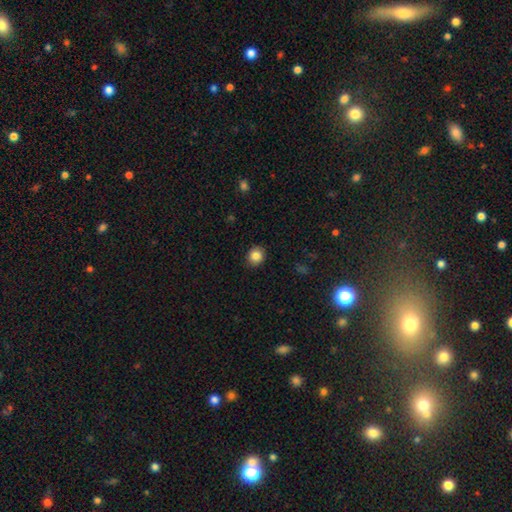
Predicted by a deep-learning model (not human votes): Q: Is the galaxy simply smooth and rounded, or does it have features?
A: smooth — 86%.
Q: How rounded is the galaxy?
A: round — 86%.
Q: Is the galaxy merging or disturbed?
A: none — 89%.